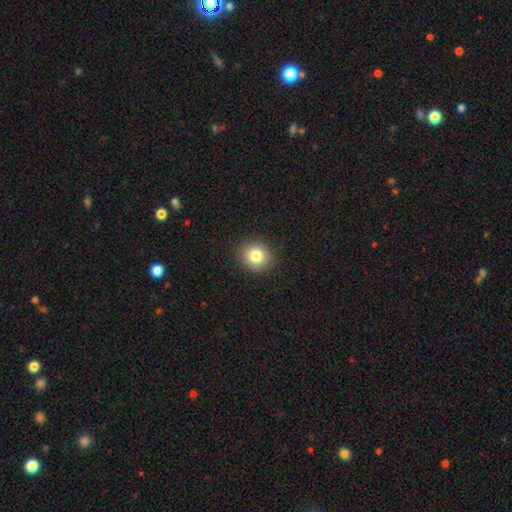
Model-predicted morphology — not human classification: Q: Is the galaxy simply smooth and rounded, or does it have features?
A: smooth — 82%.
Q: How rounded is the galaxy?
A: round — 86%.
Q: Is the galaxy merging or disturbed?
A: none — 91%.